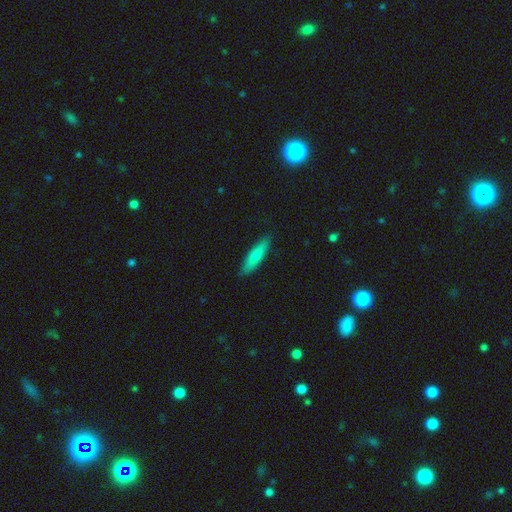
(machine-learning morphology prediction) Smooth or featured? smooth (76%)
How rounded? cigar-shaped (72%)
Merging? none (88%)